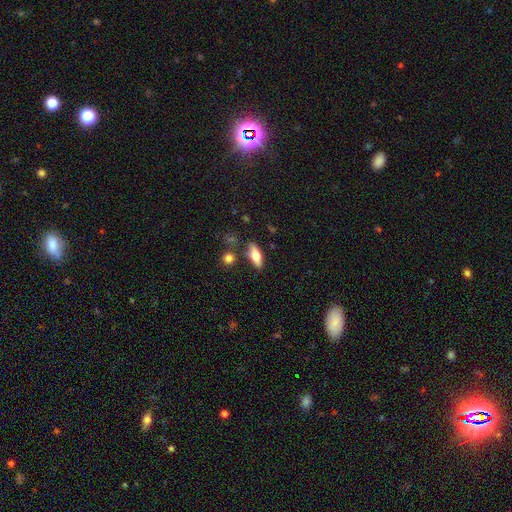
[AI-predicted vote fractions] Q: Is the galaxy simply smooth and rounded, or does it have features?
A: smooth — 62%.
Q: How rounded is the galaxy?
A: in between — 64%.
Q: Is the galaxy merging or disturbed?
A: none — 77%.